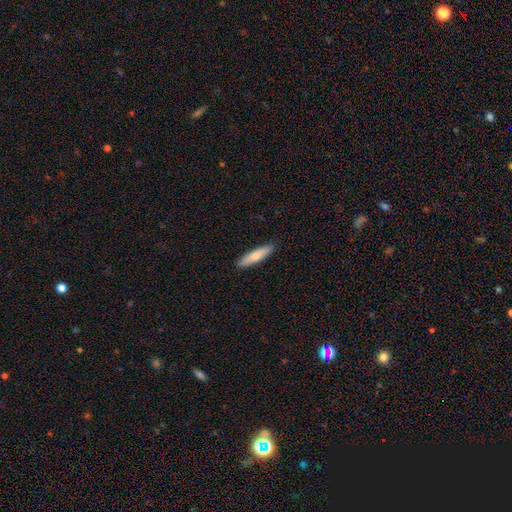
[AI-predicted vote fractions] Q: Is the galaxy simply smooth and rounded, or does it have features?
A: smooth — 73%.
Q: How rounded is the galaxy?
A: cigar-shaped — 77%.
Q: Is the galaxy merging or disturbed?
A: none — 90%.